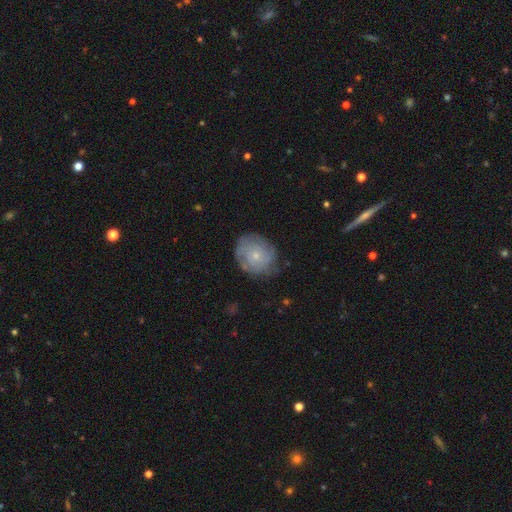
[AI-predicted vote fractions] Smooth or featured: featured or disk — 60% (smooth — 33%)
Edge-on disk: no — 97% (yes — 3%)
Bar: no — 82% (weak — 16%)
Spiral arms: yes — 83% (no — 17%)
Bulge size: small — 69% (moderate — 26%)
Merging: none — 72% (minor disturbance — 20%)